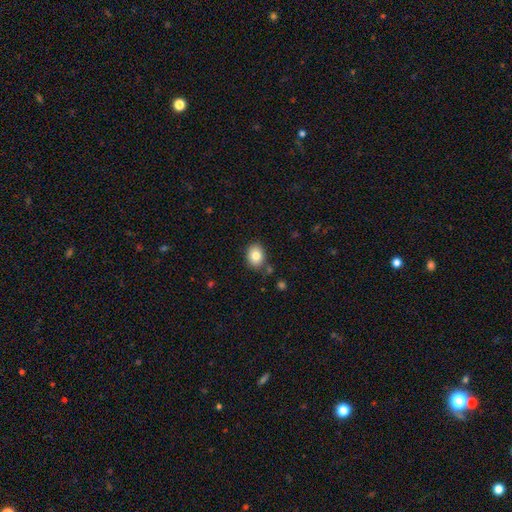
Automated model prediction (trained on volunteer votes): Smooth or featured? Predicted: smooth (p=0.82). How rounded? Predicted: in between (p=0.56). Merging? Predicted: none (p=0.82).